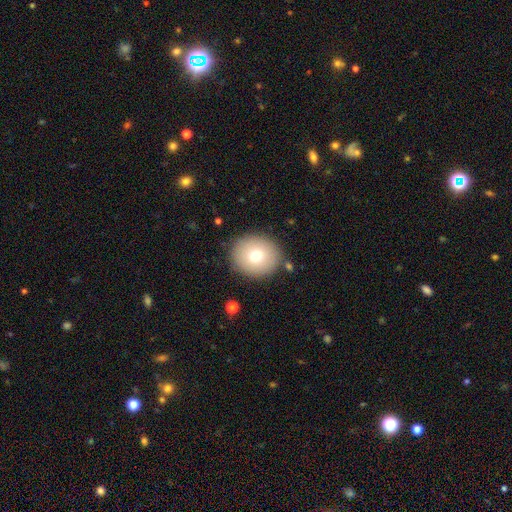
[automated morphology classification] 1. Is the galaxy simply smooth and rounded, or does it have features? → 73% smooth, 16% featured or disk, 11% star or artifact.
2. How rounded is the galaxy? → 86% round, 13% in between, 1% cigar-shaped.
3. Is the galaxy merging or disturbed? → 88% none, 7% minor disturbance, 3% major disturbance, 2% merger.